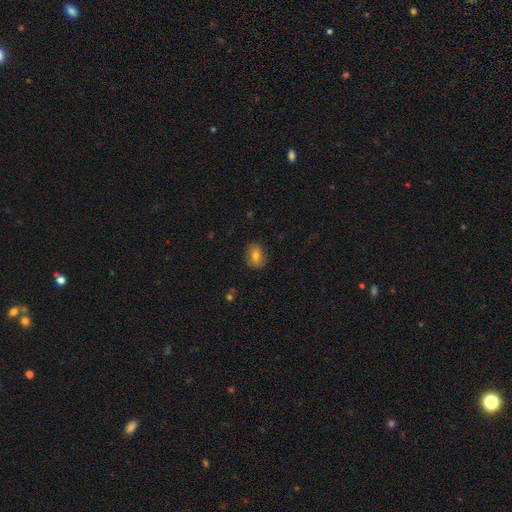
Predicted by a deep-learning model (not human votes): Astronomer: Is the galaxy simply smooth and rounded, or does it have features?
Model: smooth — 74%.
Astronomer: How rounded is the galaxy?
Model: in between — 53% (runner-up: round, 46%).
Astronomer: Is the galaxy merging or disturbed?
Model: none — 84%.